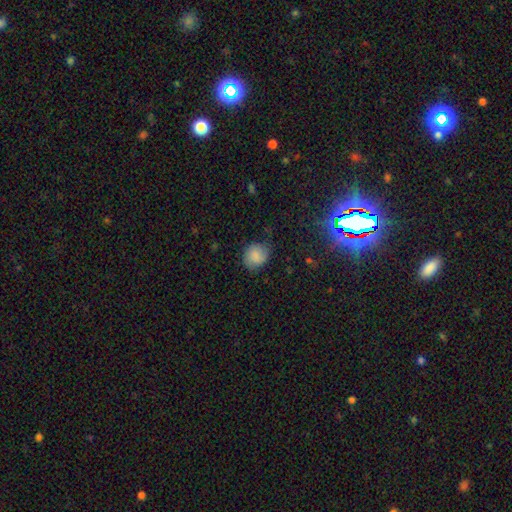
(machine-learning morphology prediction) This is likely a smooth galaxy (78%). How rounded: likely round (72%). Merging: likely none (66%).